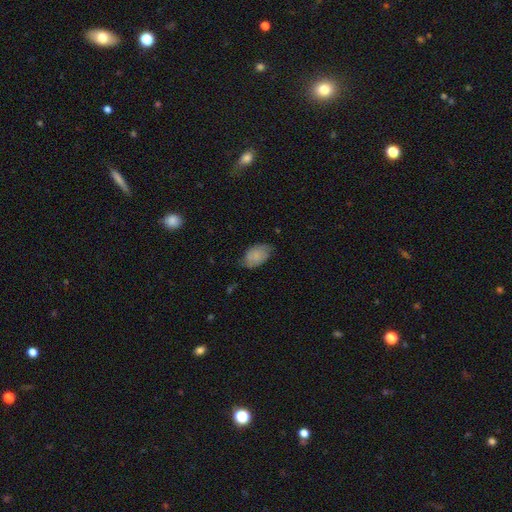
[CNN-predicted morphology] This appears to be a smooth galaxy with no disk features (76%) that is in between round and cigar-shaped (91%). Merging: none (62%).